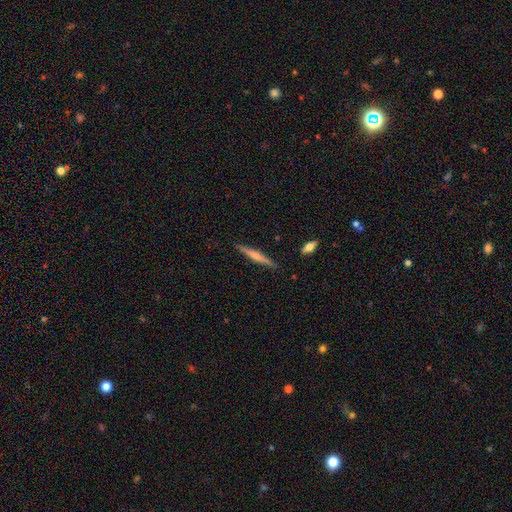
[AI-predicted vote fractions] Smooth or featured? Predicted: featured or disk (p=0.52). Edge-on disk? Predicted: yes (p=0.97). Edge-on bulge? Predicted: rounded (p=0.50). Merging? Predicted: none (p=0.89).